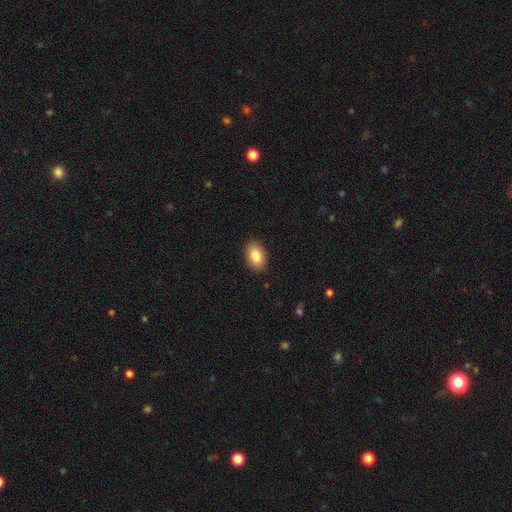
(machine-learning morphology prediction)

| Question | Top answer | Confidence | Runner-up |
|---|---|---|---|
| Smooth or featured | smooth | 85% | star or artifact (7%) |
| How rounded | in between | 89% | round (10%) |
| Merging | none | 88% | minor disturbance (9%) |